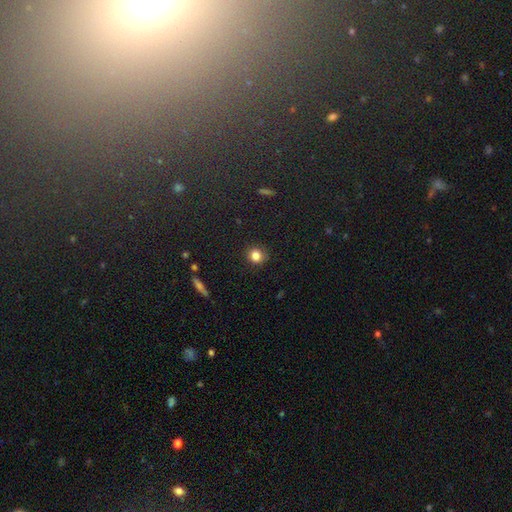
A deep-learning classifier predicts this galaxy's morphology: This is clearly a smooth galaxy (83%). How rounded: clearly round (88%). Merging: clearly none (87%).